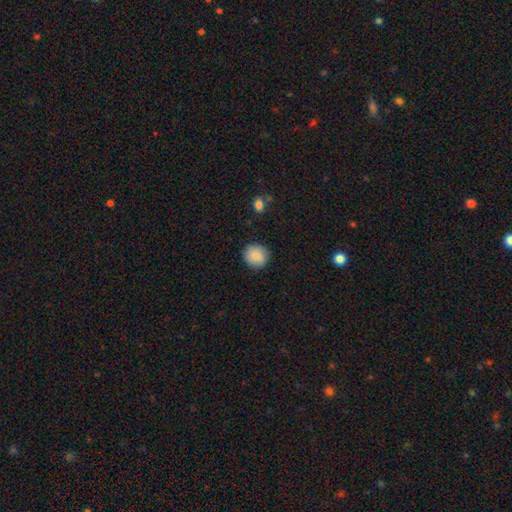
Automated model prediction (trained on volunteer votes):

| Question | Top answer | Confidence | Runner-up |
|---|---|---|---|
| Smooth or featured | smooth | 81% | featured or disk (12%) |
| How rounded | round | 90% | in between (9%) |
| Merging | none | 87% | minor disturbance (10%) |